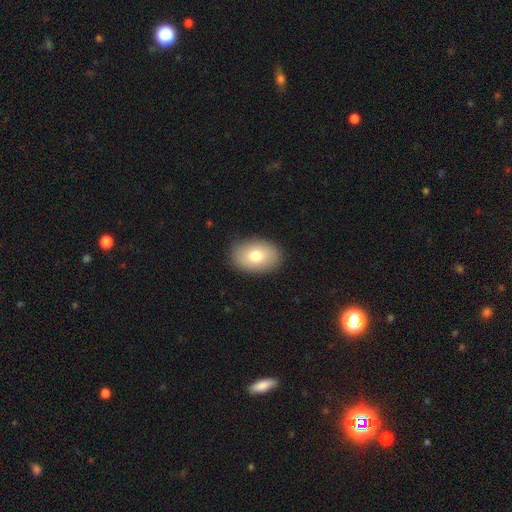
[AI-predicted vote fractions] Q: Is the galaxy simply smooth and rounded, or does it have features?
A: smooth — 77%.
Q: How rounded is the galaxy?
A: in between — 85%.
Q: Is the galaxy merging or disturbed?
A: none — 88%.